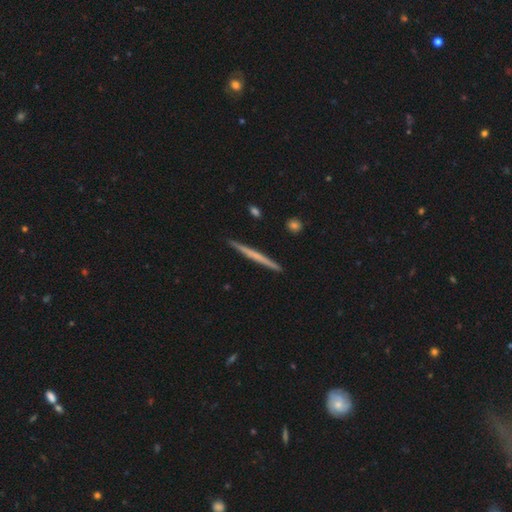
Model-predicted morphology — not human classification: smooth_or_featured: featured or disk (p=0.51) [alt: smooth p=0.44]
disk_edge_on: yes (p=0.98) [alt: no p=0.02]
edge_on_bulge: none (p=0.87) [alt: rounded p=0.09]
merging: none (p=0.93) [alt: minor disturbance p=0.05]